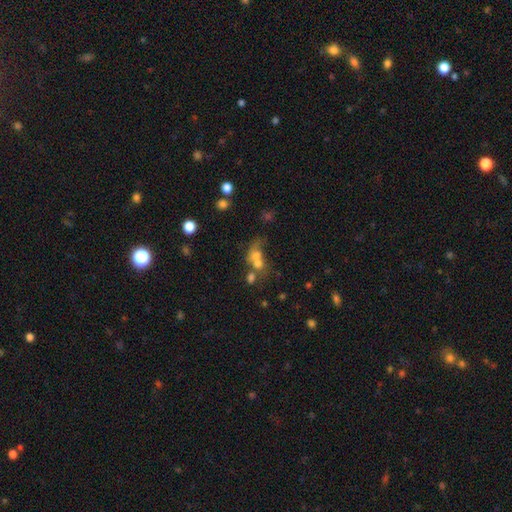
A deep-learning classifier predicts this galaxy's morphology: smooth 61%, featured or disk 23%, star or artifact 16%. Down the decision tree: how rounded — round (59%); merging — merger (63%).